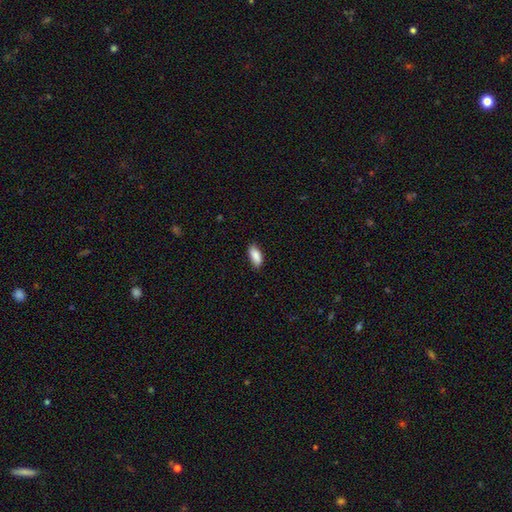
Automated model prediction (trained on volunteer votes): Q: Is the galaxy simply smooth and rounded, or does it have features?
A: smooth — 88%.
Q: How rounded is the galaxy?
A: in between — 87%.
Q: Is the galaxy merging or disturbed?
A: none — 82%.